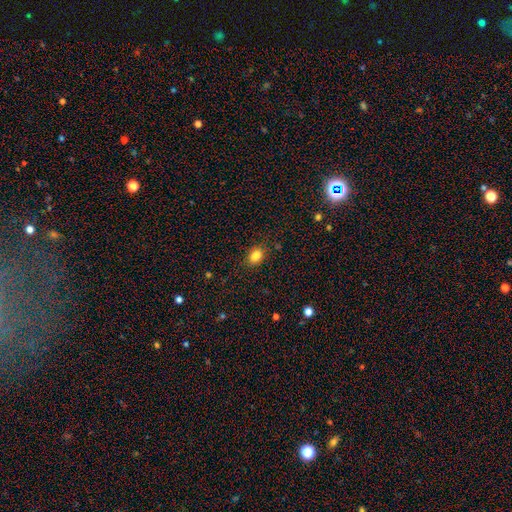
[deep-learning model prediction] Smooth or featured? smooth (84%)
How rounded? in between (79%)
Merging? none (82%)